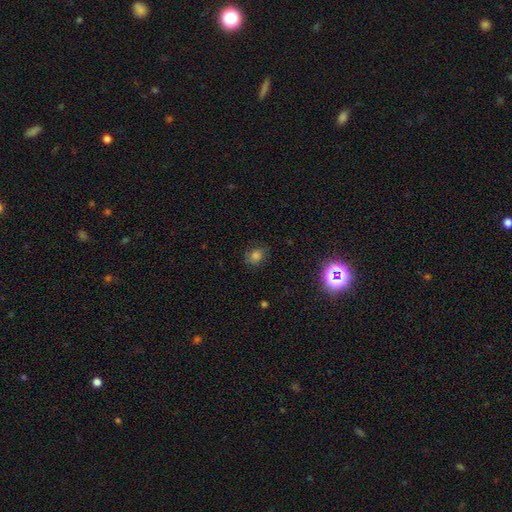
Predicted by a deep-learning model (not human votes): A smooth galaxy with no disk features (70%) that is round (55%). Merging: none (76%).